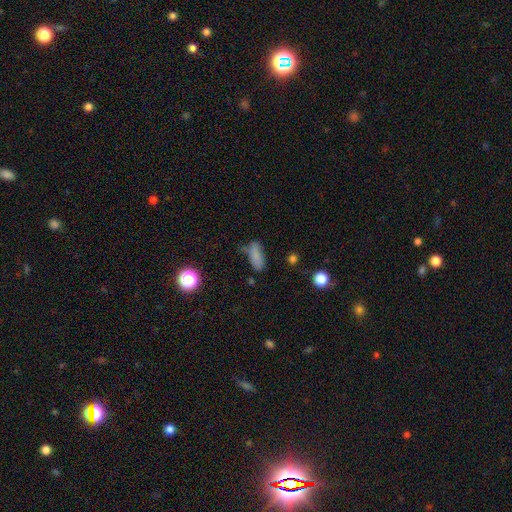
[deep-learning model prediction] The model was most divided on "merging": none: 52%, minor disturbance: 30%, major disturbance: 11%, merger: 7%. More confident: how rounded — in between (81%); smooth or featured — smooth (78%).